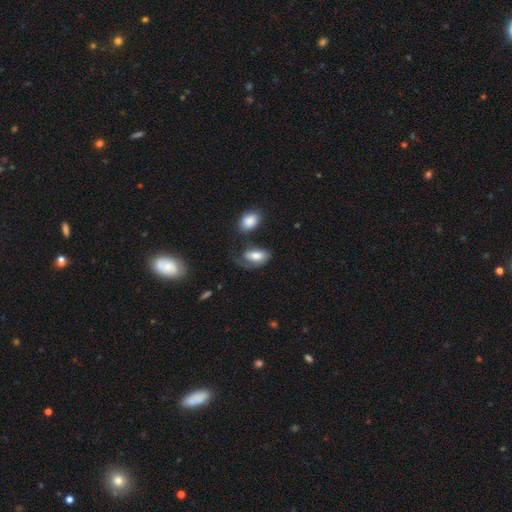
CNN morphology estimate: Smooth or featured? Predicted: smooth (p=0.66). How rounded? Predicted: in between (p=0.92). Merging? Predicted: major disturbance (p=0.34).